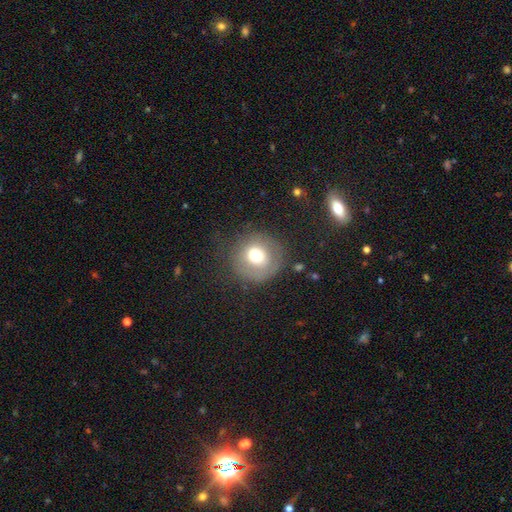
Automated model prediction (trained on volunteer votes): smooth 67%, featured or disk 22%, star or artifact 11%. Down the decision tree: how rounded — round (91%); merging — none (69%).